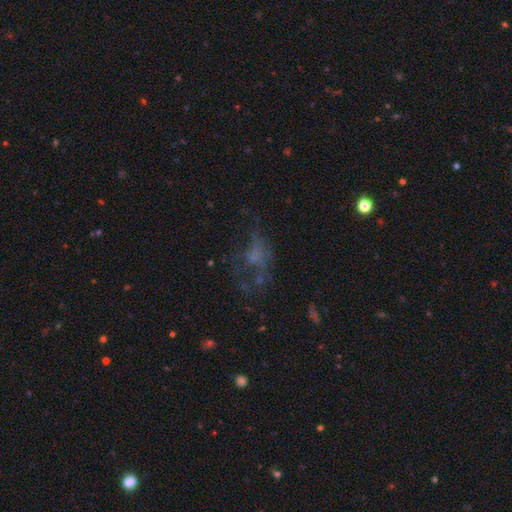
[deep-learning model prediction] Morphology: type=featured or disk (44%); merging=major disturbance (40%).